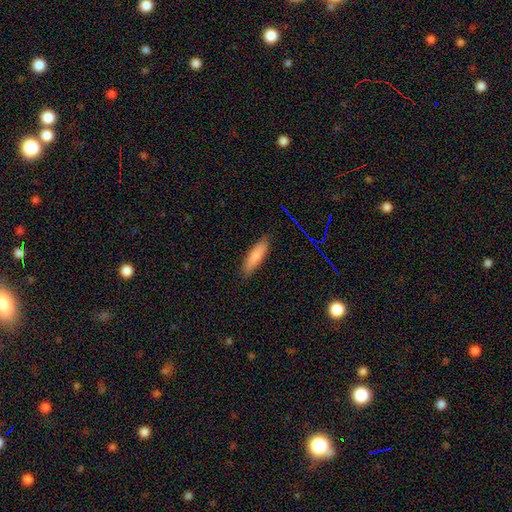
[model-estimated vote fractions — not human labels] Morphology: type=smooth (81%); roundness=cigar-shaped (62%); merging=none (85%).